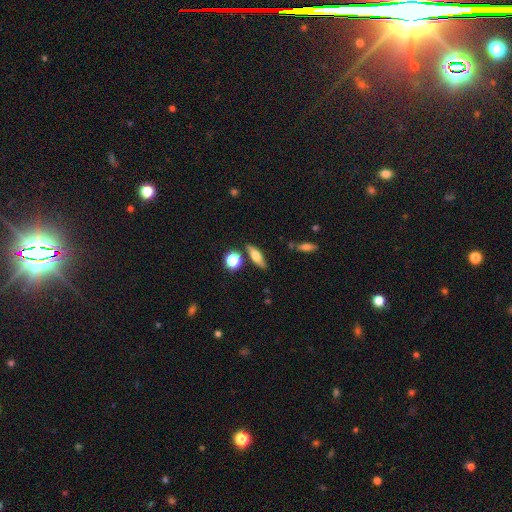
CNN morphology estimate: A smooth galaxy with no disk features (58%) that is in between round and cigar-shaped (48%). Merging: none (78%).